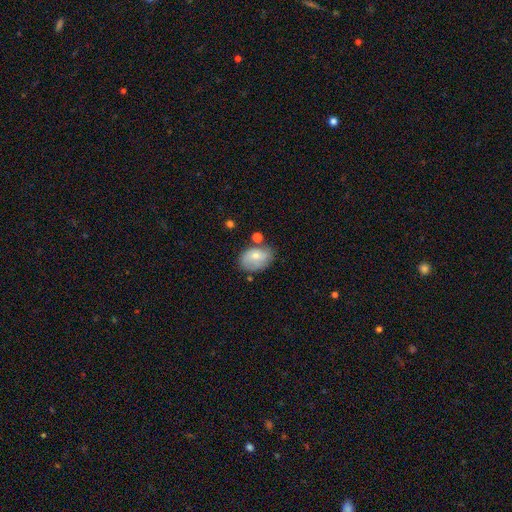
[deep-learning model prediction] The model was most divided on "smooth or featured": smooth: 62%, featured or disk: 31%, star or artifact: 8%. More confident: how rounded — in between (77%); merging — none (59%).